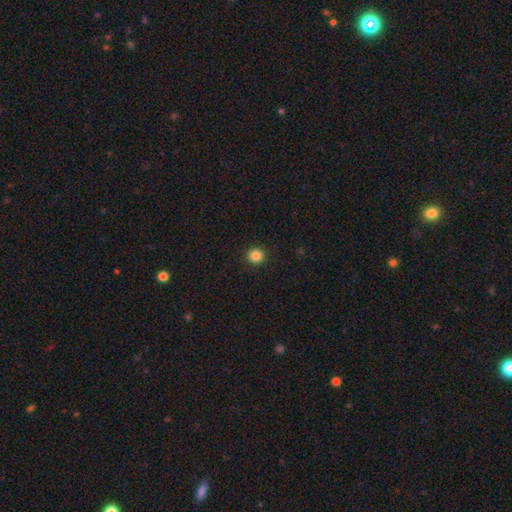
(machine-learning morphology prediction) This is clearly a smooth galaxy (86%). How rounded: clearly round (92%). Merging: clearly none (92%).